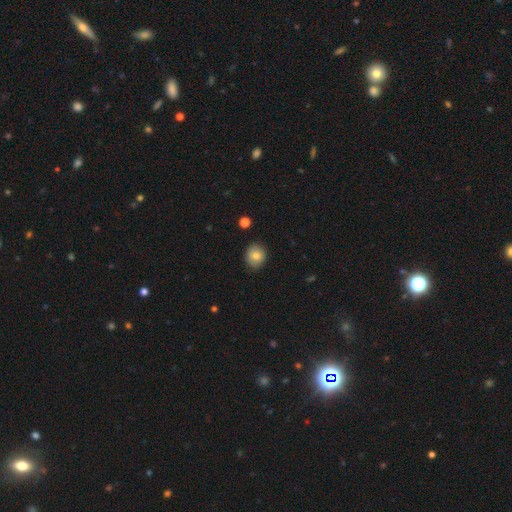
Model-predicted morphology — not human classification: Smooth or featured? smooth (80%)
How rounded? round (74%)
Merging? none (87%)